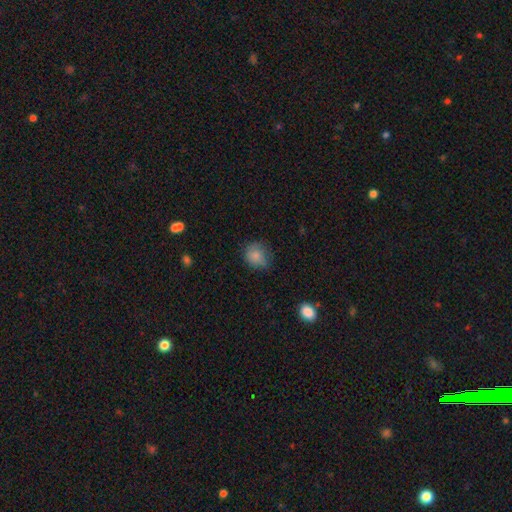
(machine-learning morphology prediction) Smooth or featured? Predicted: smooth (p=0.83). How rounded? Predicted: round (p=0.75). Merging? Predicted: none (p=0.68).